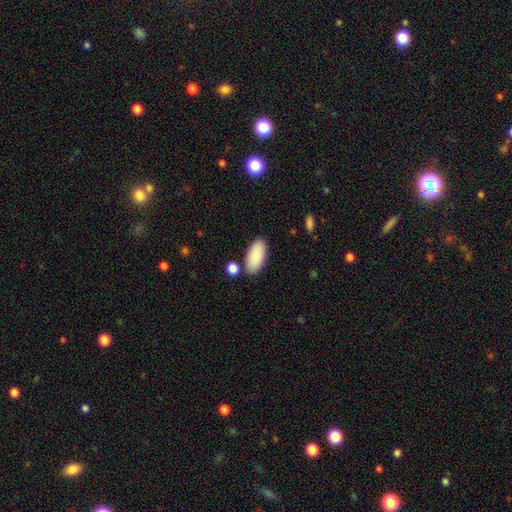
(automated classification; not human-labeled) smooth-or-featured: smooth: 87% | featured or disk: 7% | star or artifact: 6%
  how-rounded: in between: 93% | cigar-shaped: 5% | round: 2%
  merging: none: 81% | minor disturbance: 11% | merger: 6% | major disturbance: 2%